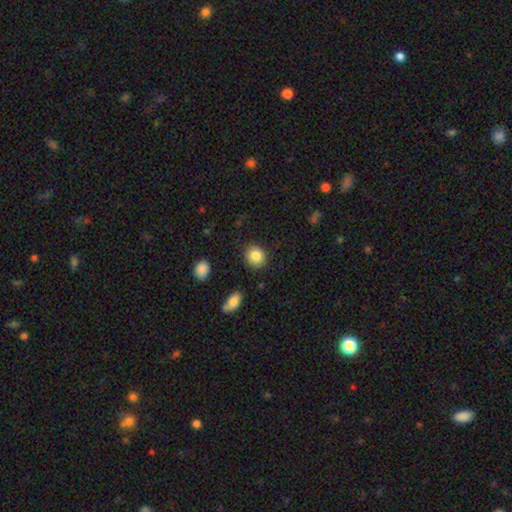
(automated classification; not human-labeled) Morphology: type=smooth (85%); roundness=round (77%); merging=none (88%).